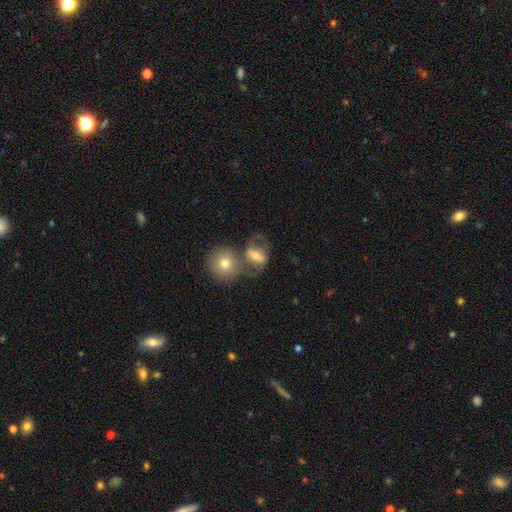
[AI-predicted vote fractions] A smooth galaxy with no disk features (52%) that is in between round and cigar-shaped (58%). Merging: none (39%).